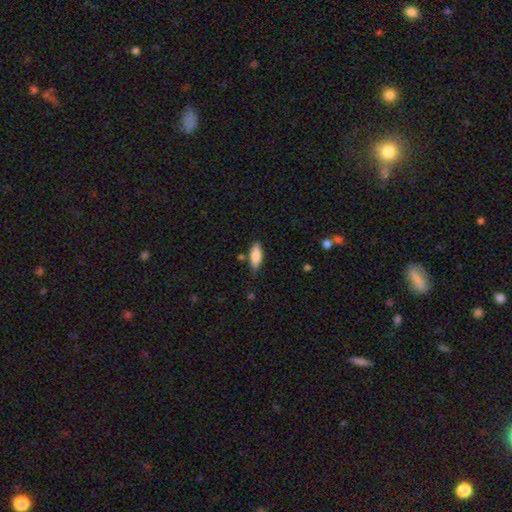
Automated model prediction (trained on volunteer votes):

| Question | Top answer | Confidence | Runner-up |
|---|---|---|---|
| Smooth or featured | smooth | 82% | featured or disk (12%) |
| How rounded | in between | 66% | cigar-shaped (32%) |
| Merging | none | 80% | minor disturbance (14%) |